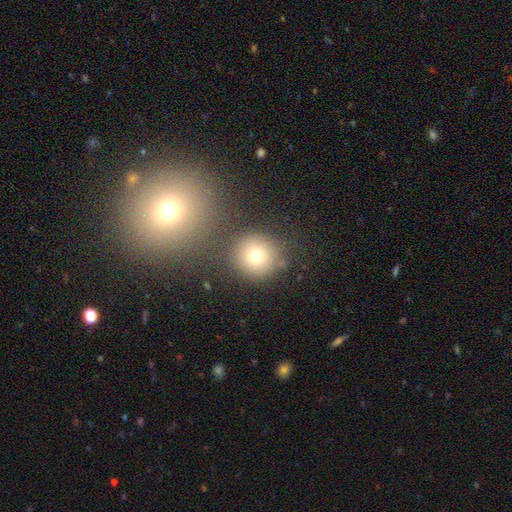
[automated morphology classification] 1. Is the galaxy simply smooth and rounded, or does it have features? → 75% smooth, 14% star or artifact, 10% featured or disk.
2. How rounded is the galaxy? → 90% round, 8% in between, 1% cigar-shaped.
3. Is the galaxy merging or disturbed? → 78% none, 9% minor disturbance, 8% merger, 4% major disturbance.